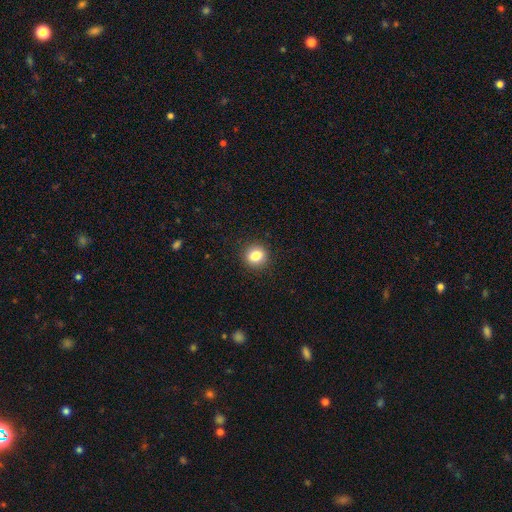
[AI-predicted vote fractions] smooth 83%, star or artifact 10%, featured or disk 7%. Down the decision tree: how rounded — round (80%); merging — none (91%).